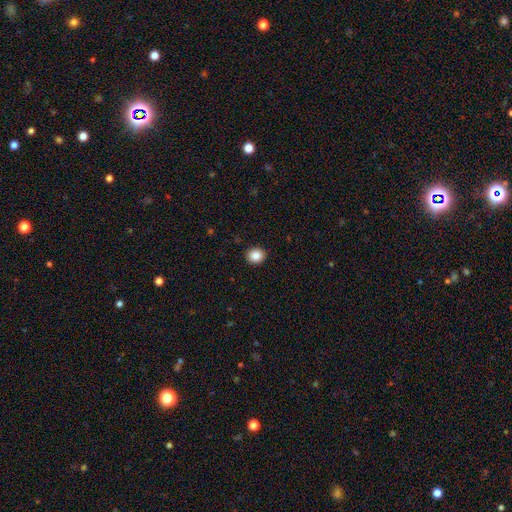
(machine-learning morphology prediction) Smooth or featured?
  - smooth: 87% *
  - star or artifact: 9%
  - featured or disk: 4%
How rounded?
  - round: 75% *
  - in between: 24%
  - cigar-shaped: 1%
Merging?
  - none: 92% *
  - minor disturbance: 5%
  - major disturbance: 2%
  - merger: 1%